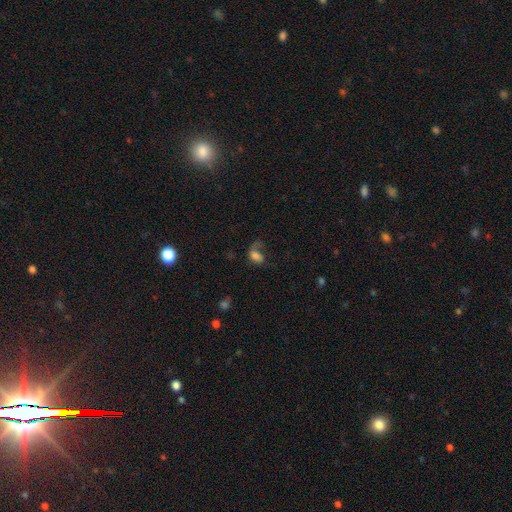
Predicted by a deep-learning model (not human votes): Smooth or featured? Predicted: smooth (p=0.59). How rounded? Predicted: in between (p=0.83). Merging? Predicted: major disturbance (p=0.46).